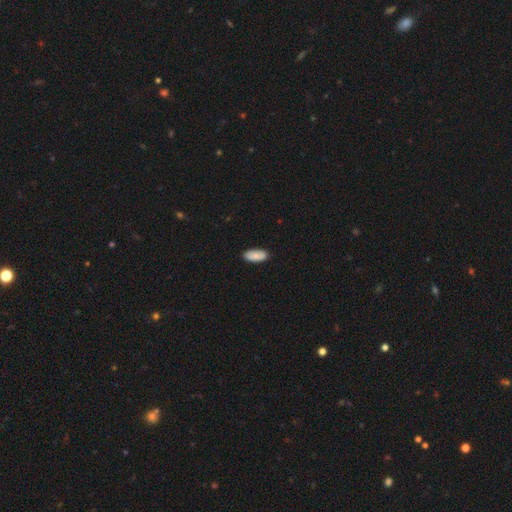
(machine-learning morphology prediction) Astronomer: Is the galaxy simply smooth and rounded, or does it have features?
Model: smooth — 89%.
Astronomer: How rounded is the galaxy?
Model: in between — 85%.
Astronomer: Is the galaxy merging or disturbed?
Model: none — 87%.